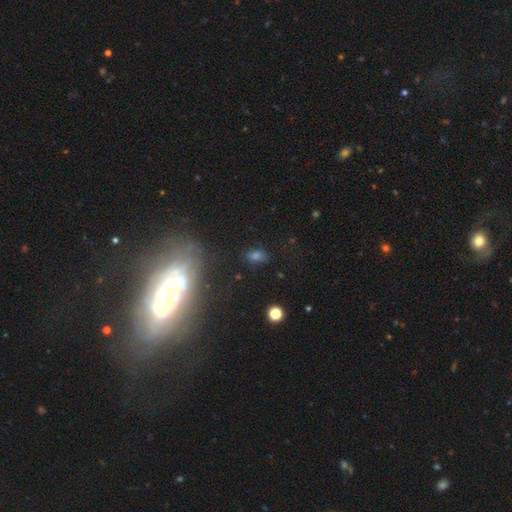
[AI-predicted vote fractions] Smooth or featured?
  - smooth: 47% *
  - featured or disk: 30%
  - star or artifact: 24%
Merging?
  - none: 70% *
  - minor disturbance: 15%
  - major disturbance: 9%
  - merger: 5%